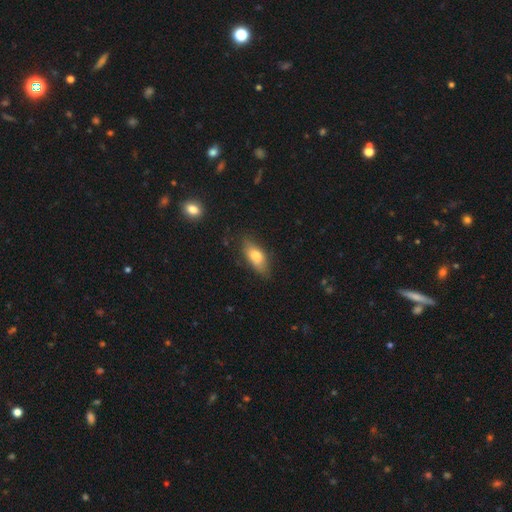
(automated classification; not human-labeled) A smooth galaxy with no disk features (75%) that is in between round and cigar-shaped (79%). Merging: none (76%).